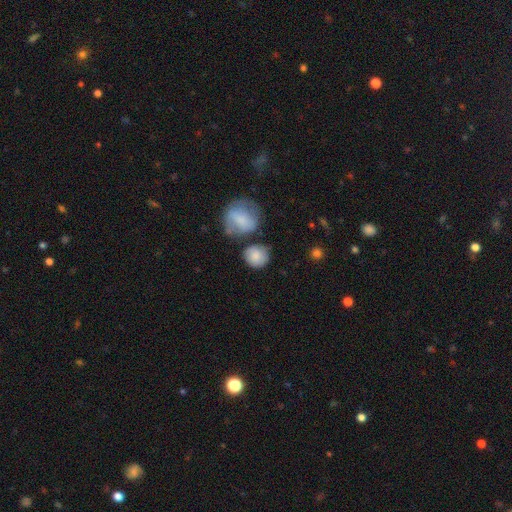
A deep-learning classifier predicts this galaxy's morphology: This is clearly a smooth galaxy (82%). How rounded: clearly round (83%). Merging: likely none (61%).